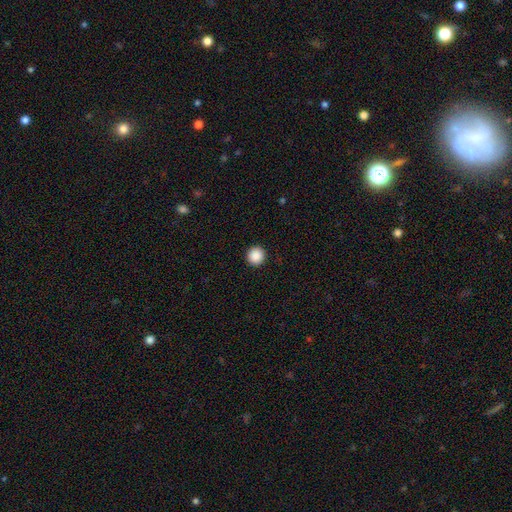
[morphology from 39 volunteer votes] type=smooth (92%); roundness=round (100%); merging=none (97%).